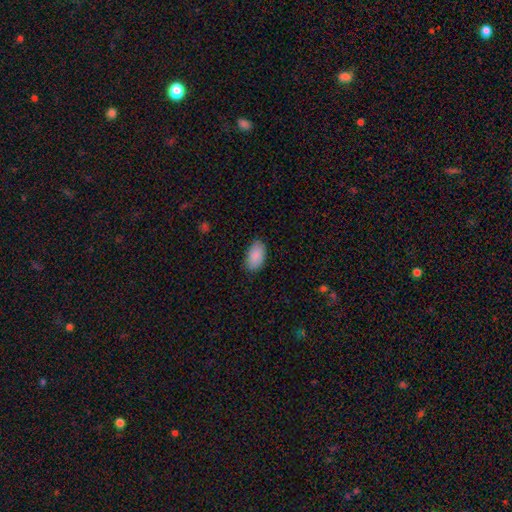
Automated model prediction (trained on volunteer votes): This is clearly a smooth galaxy (89%). How rounded: clearly in between (94%). Merging: clearly none (84%).